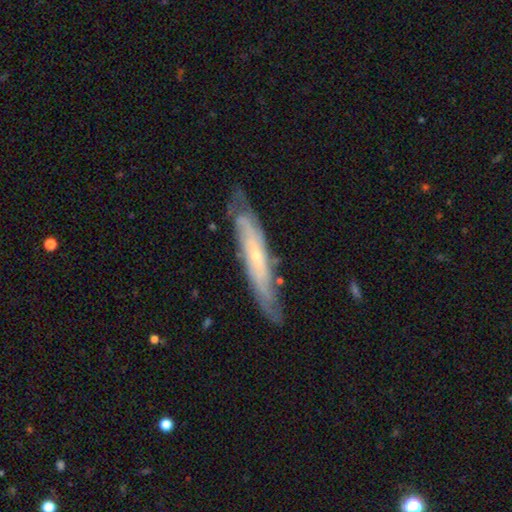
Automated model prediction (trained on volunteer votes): Smooth or featured?
  - featured or disk: 74% *
  - smooth: 20%
  - star or artifact: 6%
Edge-on disk?
  - no: 51% *
  - yes: 49%
Merging?
  - none: 73% *
  - minor disturbance: 20%
  - major disturbance: 6%
  - merger: 2%